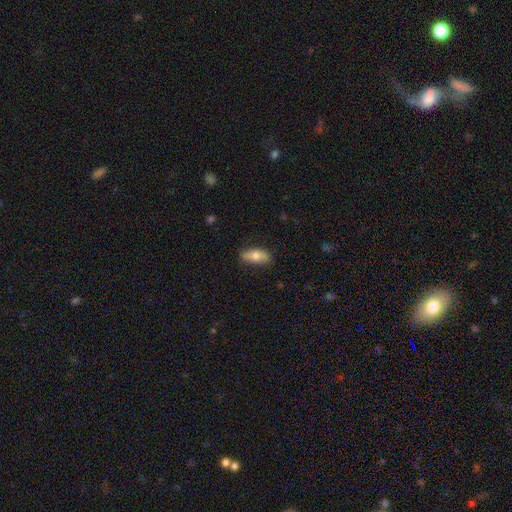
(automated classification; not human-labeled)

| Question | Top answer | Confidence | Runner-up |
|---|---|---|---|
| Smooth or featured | smooth | 74% | featured or disk (20%) |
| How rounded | in between | 76% | cigar-shaped (20%) |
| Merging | none | 79% | minor disturbance (17%) |